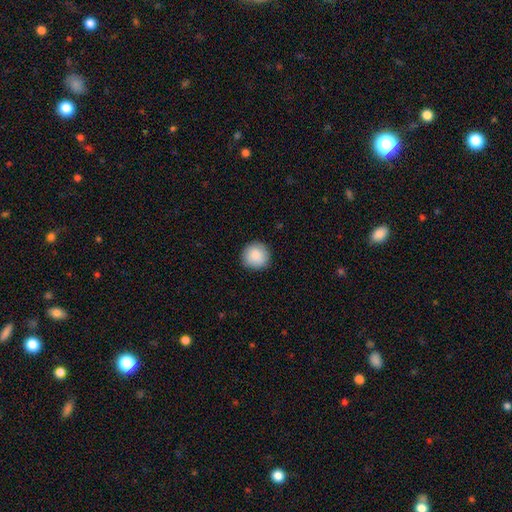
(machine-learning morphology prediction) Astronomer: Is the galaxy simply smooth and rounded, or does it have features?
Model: smooth — 89%.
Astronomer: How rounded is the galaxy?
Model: round — 94%.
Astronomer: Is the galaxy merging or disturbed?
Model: none — 91%.